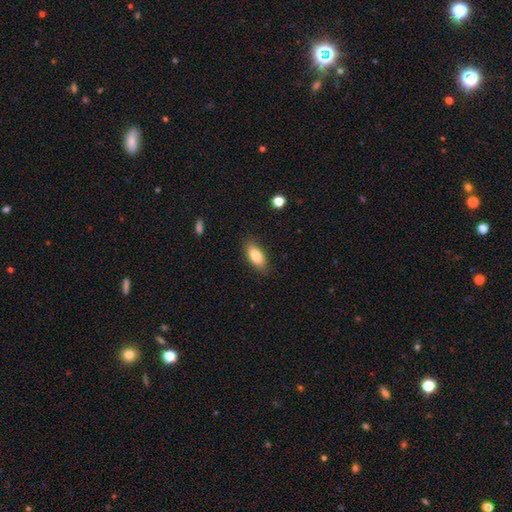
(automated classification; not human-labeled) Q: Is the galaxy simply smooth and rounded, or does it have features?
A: smooth — 83%.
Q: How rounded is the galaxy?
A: in between — 84%.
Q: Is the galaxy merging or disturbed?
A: none — 86%.